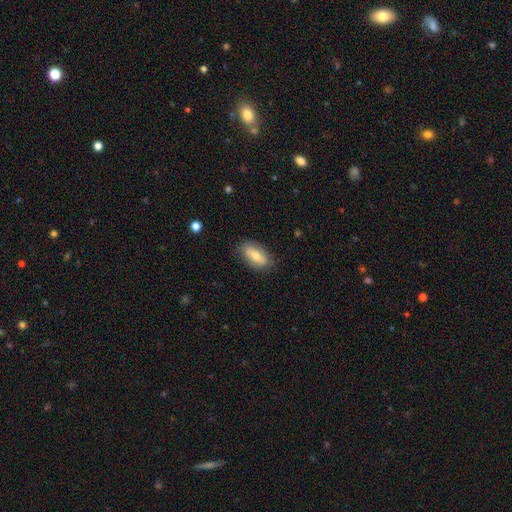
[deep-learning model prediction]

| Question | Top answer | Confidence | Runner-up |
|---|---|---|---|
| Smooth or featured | smooth | 65% | featured or disk (28%) |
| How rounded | in between | 85% | cigar-shaped (11%) |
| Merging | none | 82% | minor disturbance (13%) |